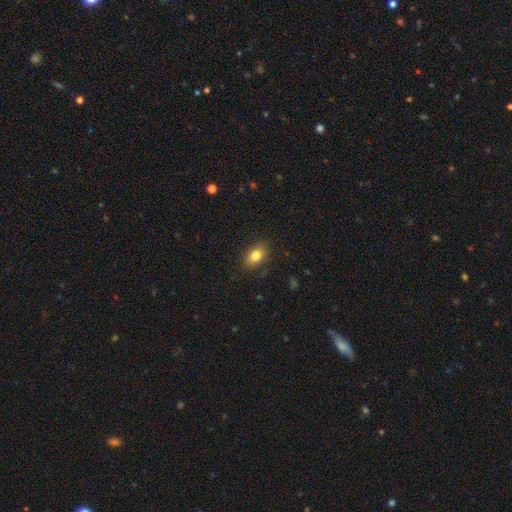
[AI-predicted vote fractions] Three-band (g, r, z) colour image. It shows a smooth galaxy with no disk features (82%) that is in between round and cigar-shaped (79%). Merging: none (86%).